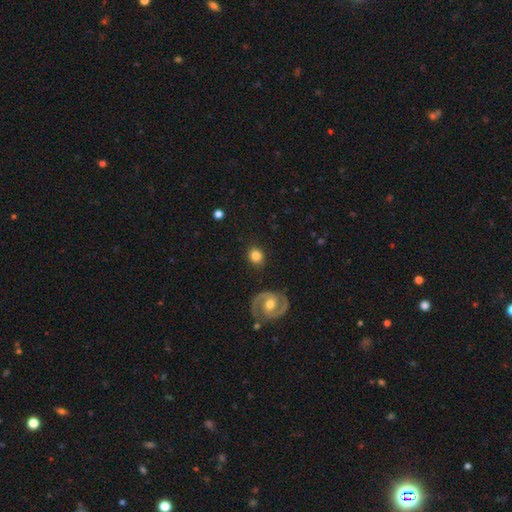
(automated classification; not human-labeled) This appears to be a smooth galaxy with no disk features (78%) that is round (71%). Merging: none (86%).